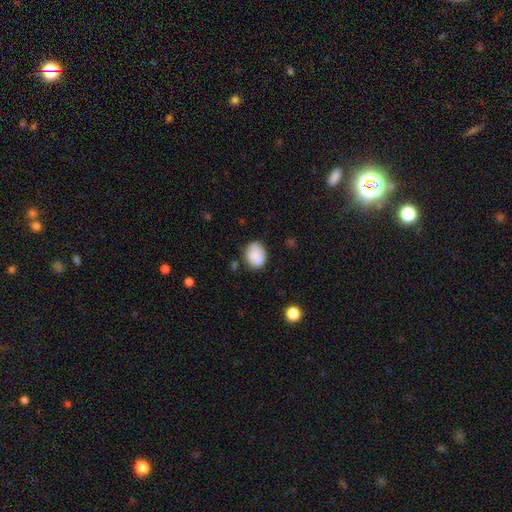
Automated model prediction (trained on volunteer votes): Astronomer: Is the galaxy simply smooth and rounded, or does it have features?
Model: smooth — 84%.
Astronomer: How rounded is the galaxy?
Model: in between — 57% (runner-up: round, 43%).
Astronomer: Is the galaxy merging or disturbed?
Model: none — 70%.